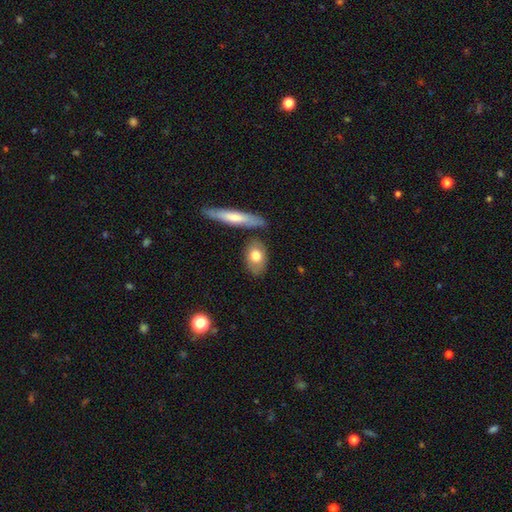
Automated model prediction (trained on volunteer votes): Overall: smooth (70%). How rounded: in between (81%). Merging: none (72%).